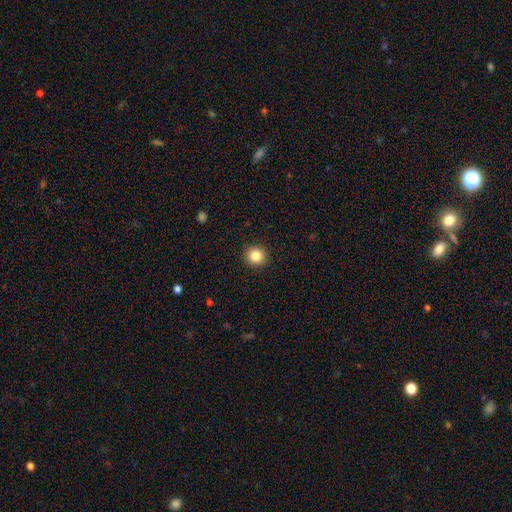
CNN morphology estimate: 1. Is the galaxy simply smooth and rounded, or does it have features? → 85% smooth, 11% star or artifact, 5% featured or disk.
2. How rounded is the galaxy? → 91% round, 8% in between, 1% cigar-shaped.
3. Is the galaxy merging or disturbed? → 92% none, 5% minor disturbance, 2% major disturbance, 1% merger.